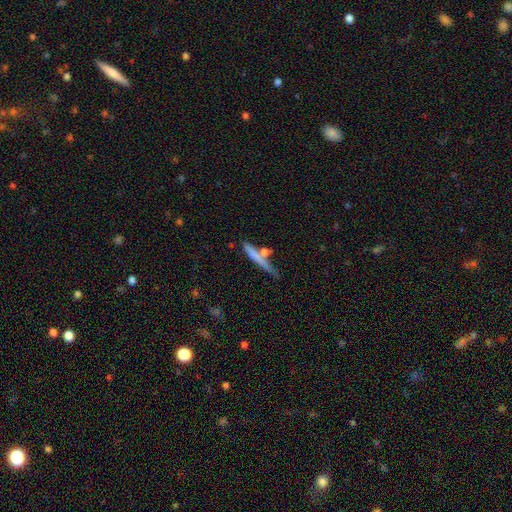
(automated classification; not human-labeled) Morphology: type=smooth (60%); roundness=cigar-shaped (91%); merging=none (61%).